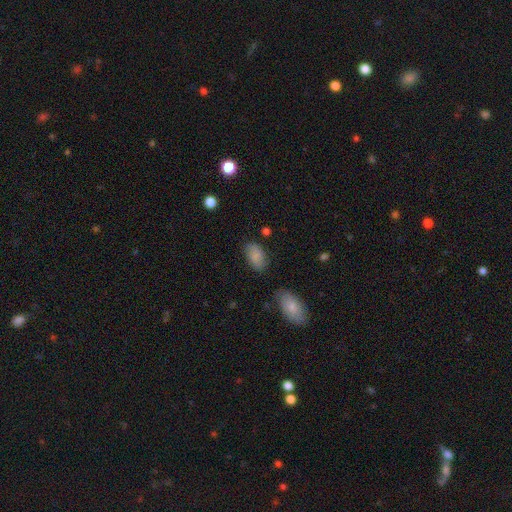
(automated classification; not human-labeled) A smooth galaxy with no disk features (82%) that is in between round and cigar-shaped (93%).

Vote fractions:
- Smooth or featured? smooth: 82% / featured or disk: 10% / star or artifact: 8%
- How rounded? in between: 93% / round: 5% / cigar-shaped: 2%
- Merging? none: 75% / minor disturbance: 18% / major disturbance: 5% / merger: 3%